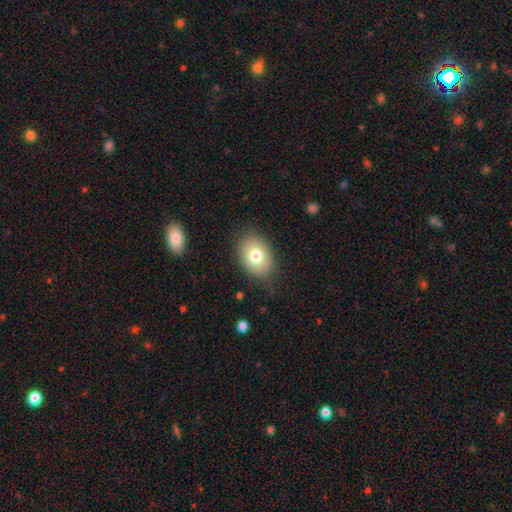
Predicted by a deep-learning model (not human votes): This appears to be a smooth galaxy with no disk features (77%) that is in between round and cigar-shaped (76%). Merging: none (82%).